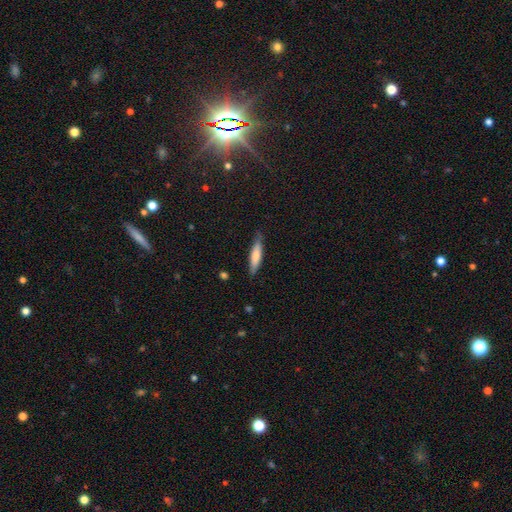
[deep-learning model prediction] Overall: smooth (66%; featured or disk 28%). How rounded: cigar-shaped (82%). Merging: none (82%).